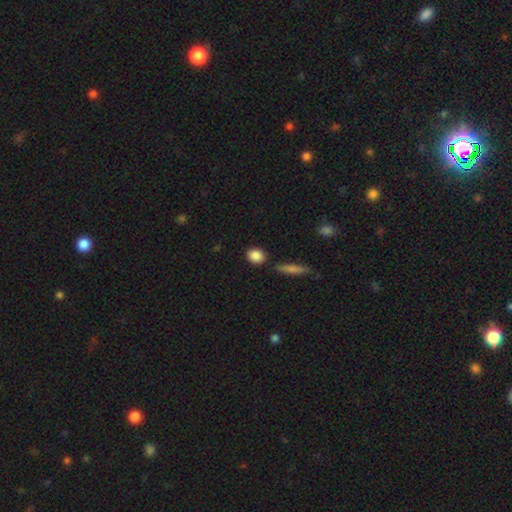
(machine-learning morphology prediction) A smooth galaxy with no disk features (88%) that is round (50%). Merging: none (83%).